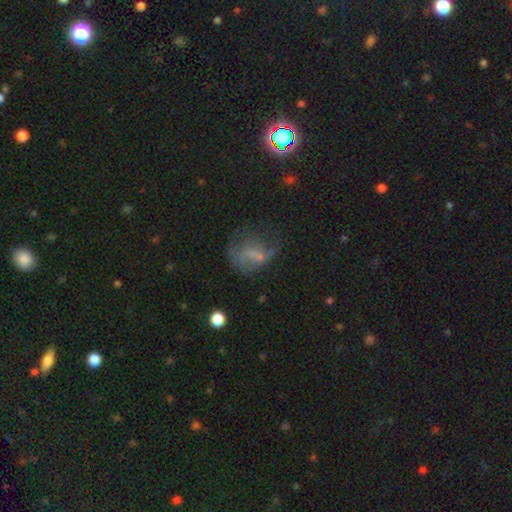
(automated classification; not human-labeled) A smooth galaxy with no disk features (38%). Merging: none (45%).